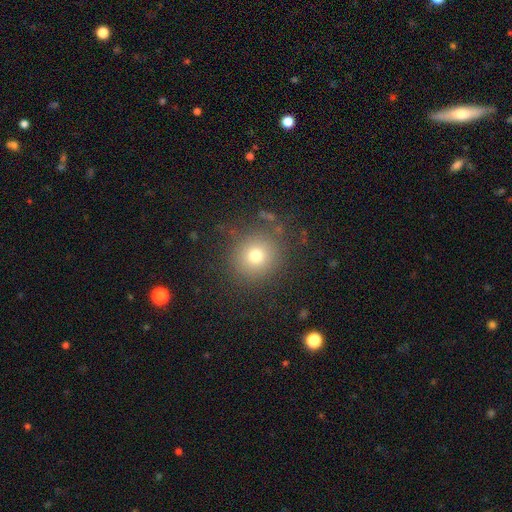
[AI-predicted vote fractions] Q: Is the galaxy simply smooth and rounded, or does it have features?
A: smooth — 75%.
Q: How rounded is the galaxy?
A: round — 91%.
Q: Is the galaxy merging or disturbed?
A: none — 85%.